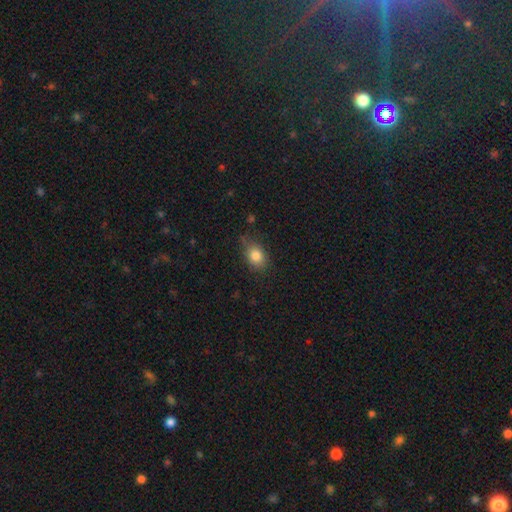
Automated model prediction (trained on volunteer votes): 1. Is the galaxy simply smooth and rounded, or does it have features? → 83% smooth, 9% star or artifact, 8% featured or disk.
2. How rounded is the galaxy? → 66% in between, 33% round, 1% cigar-shaped.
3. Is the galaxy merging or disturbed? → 72% none, 21% minor disturbance, 5% major disturbance, 2% merger.